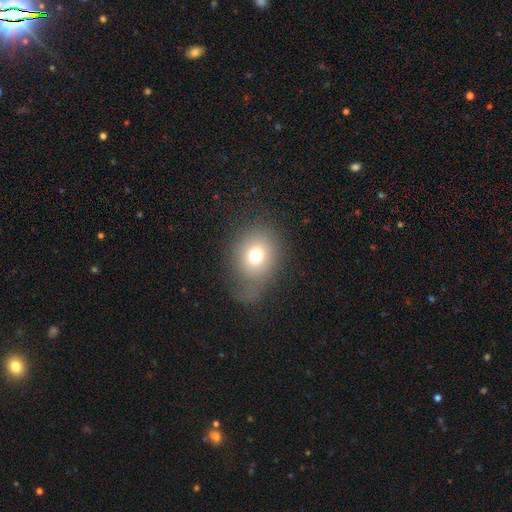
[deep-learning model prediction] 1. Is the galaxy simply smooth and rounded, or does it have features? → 71% smooth, 14% featured or disk, 14% star or artifact.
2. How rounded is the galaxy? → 60% round, 39% in between, 1% cigar-shaped.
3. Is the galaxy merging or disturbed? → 58% none, 22% minor disturbance, 19% major disturbance, 2% merger.